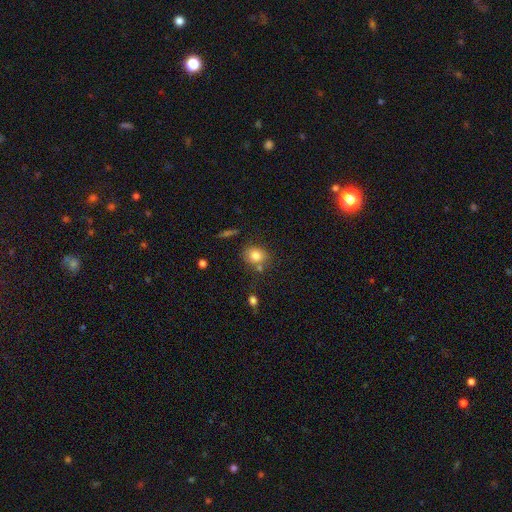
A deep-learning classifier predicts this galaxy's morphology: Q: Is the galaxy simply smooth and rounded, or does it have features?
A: smooth — 80%.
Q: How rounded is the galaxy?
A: round — 63%.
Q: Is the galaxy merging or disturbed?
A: none — 69%.